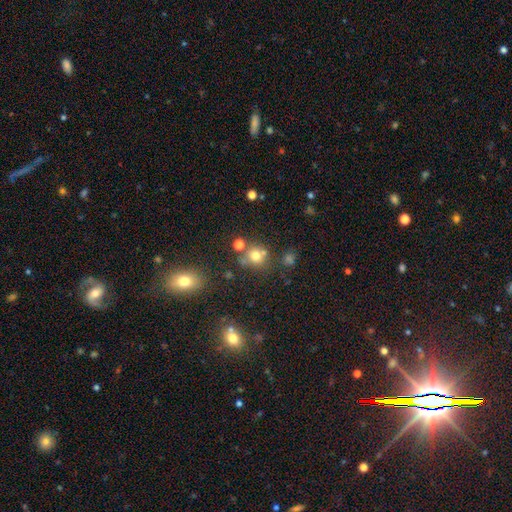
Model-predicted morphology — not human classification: Smooth or featured? Predicted: smooth (p=0.71). How rounded? Predicted: round (p=0.83). Merging? Predicted: none (p=0.61).